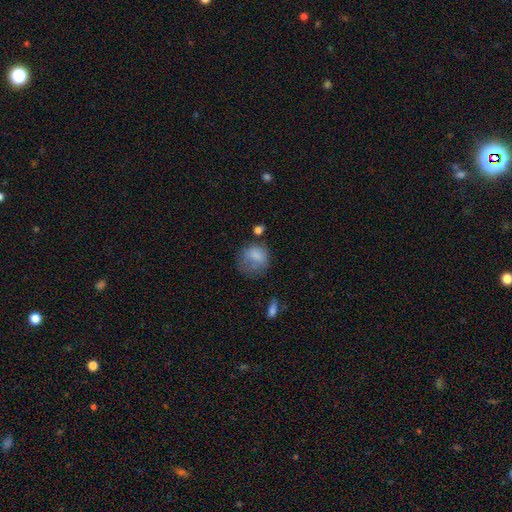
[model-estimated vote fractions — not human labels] smooth-or-featured: smooth: 76% | featured or disk: 14% | star or artifact: 10%
  how-rounded: round: 70% | in between: 29% | cigar-shaped: 1%
  merging: none: 43% | minor disturbance: 28% | major disturbance: 24% | merger: 5%